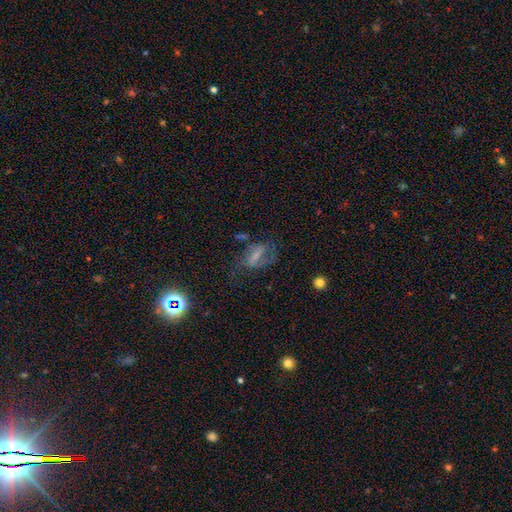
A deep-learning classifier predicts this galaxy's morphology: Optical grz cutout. It shows a featured or disk galaxy (50%). Merging: none (44%).